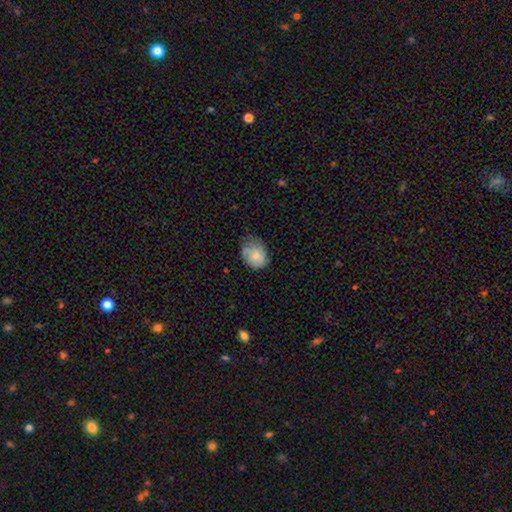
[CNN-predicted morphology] A smooth galaxy with no disk features (76%) that is in between round and cigar-shaped (60%). Merging: none (48%).